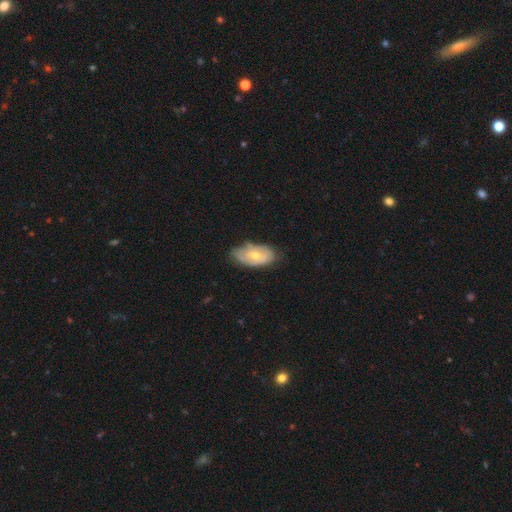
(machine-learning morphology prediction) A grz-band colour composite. It shows a featured or disk galaxy (52%). Merging: none (56%).